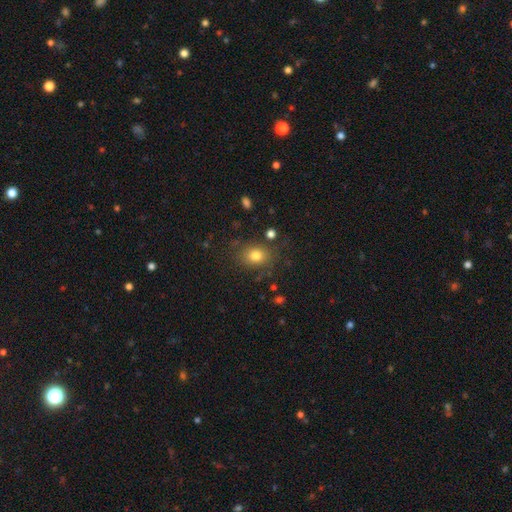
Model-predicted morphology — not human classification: smooth-or-featured: smooth: 78% | star or artifact: 12% | featured or disk: 10%
  how-rounded: round: 51% | in between: 48% | cigar-shaped: 1%
  merging: none: 78% | minor disturbance: 14% | major disturbance: 5% | merger: 3%